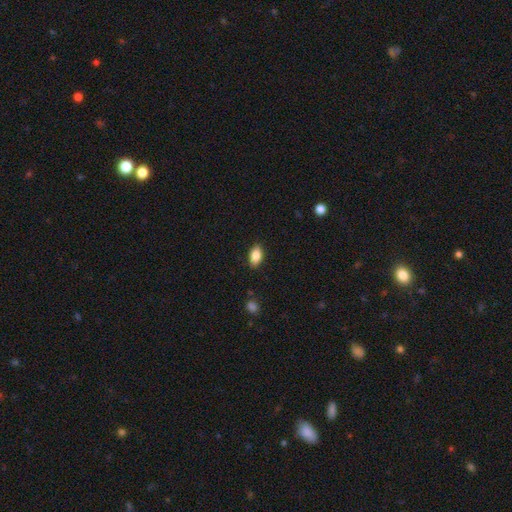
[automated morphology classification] This is clearly a smooth galaxy (85%). How rounded: clearly in between (91%). Merging: clearly none (88%).